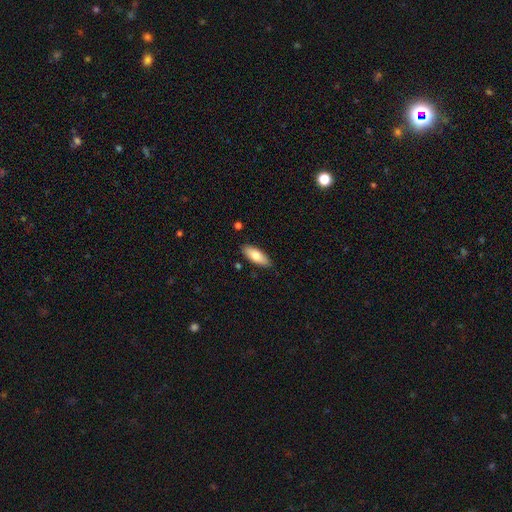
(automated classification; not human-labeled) The model was most divided on "how rounded": in between: 75%, cigar-shaped: 23%, round: 2%. More confident: merging — none (86%); smooth or featured — smooth (76%).